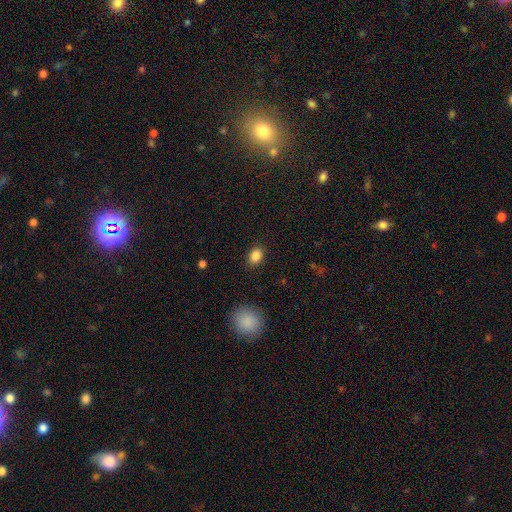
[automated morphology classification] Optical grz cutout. It shows a smooth galaxy with no disk features (86%) that is in between round and cigar-shaped (64%). Merging: none (87%).